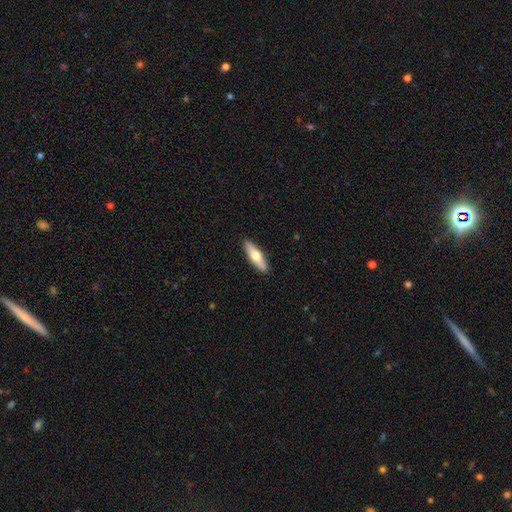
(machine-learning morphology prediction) This is possibly a smooth galaxy (60%). How rounded: possibly cigar-shaped (53%). Merging: clearly none (91%).